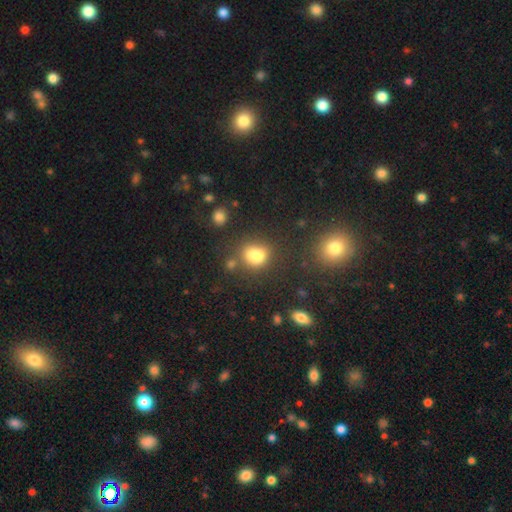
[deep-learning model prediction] The model was most divided on "how rounded": round: 56%, in between: 42%, cigar-shaped: 1%. More confident: smooth or featured — smooth (79%); merging — none (58%).